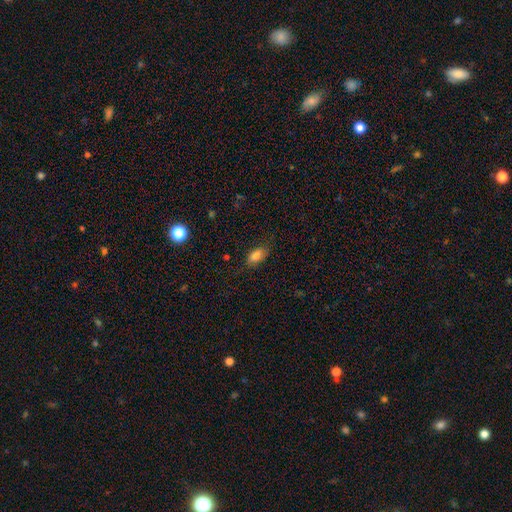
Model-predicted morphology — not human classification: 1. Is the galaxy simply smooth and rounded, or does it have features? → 81% smooth, 10% featured or disk, 9% star or artifact.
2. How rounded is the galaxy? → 88% in between, 6% round, 6% cigar-shaped.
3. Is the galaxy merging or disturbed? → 76% none, 18% minor disturbance, 5% major disturbance, 1% merger.